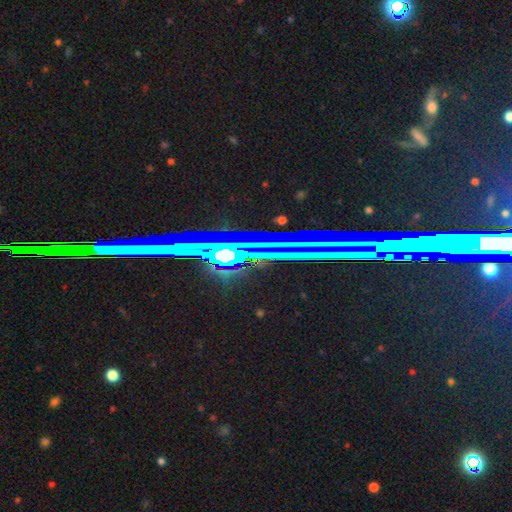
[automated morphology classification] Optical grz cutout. It shows a star or artifact, not a galaxy (72%).